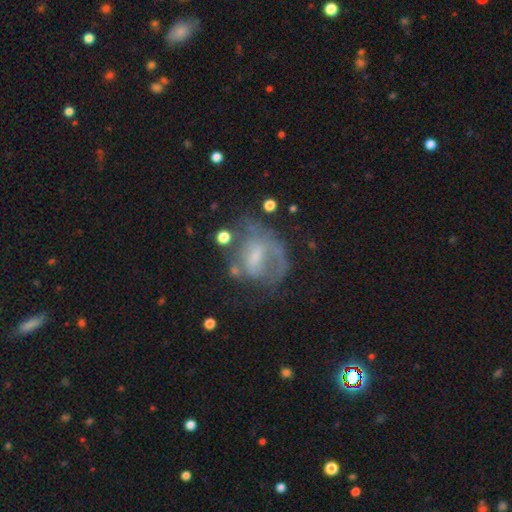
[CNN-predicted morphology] Smooth or featured? Predicted: featured or disk (p=0.59). Edge-on disk? Predicted: no (p=0.96). Bar? Predicted: weak (p=0.43, tied with no). Spiral arms? Predicted: no (p=0.50, tied with yes). Bulge size? Predicted: small (p=0.37). Merging? Predicted: none (p=0.39).